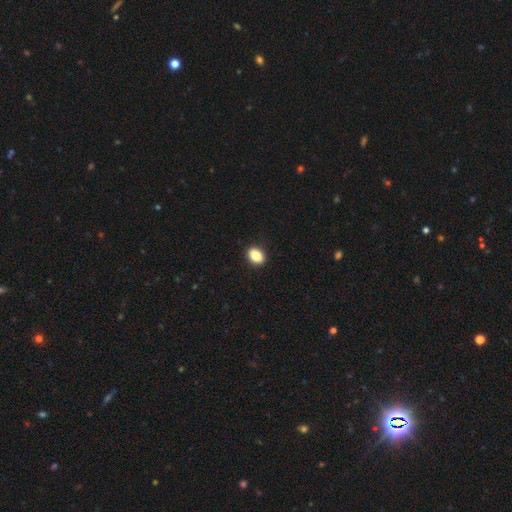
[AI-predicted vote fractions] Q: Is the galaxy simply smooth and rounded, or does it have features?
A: smooth — 85%.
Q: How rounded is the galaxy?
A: in between — 64%.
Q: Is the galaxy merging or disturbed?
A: none — 90%.